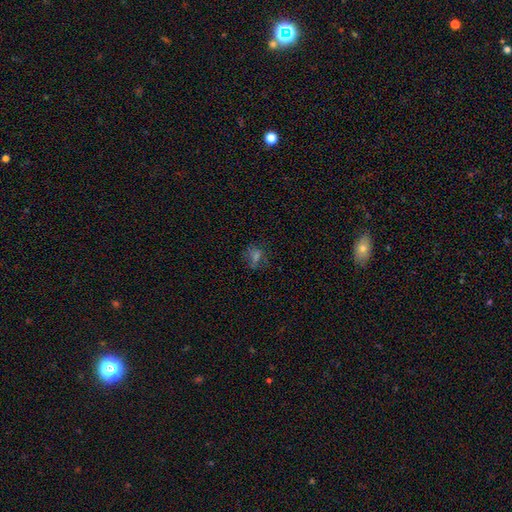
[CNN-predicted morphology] smooth 43%, star or artifact 39%, featured or disk 18%. Down the decision tree: merging — none (73%).